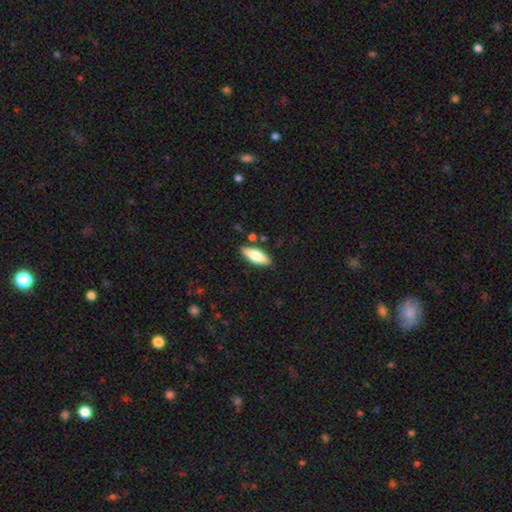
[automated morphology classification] smooth-or-featured: smooth: 67% | featured or disk: 27% | star or artifact: 6%
  how-rounded: in between: 68% | cigar-shaped: 29% | round: 2%
  merging: none: 84% | minor disturbance: 11% | merger: 3% | major disturbance: 2%